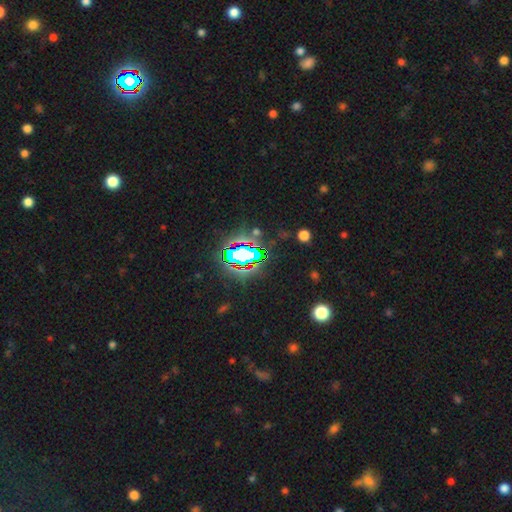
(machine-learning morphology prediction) Smooth or featured? Predicted: star or artifact (p=0.80).